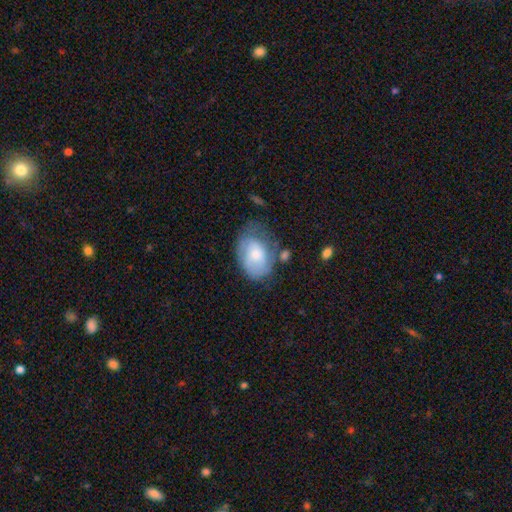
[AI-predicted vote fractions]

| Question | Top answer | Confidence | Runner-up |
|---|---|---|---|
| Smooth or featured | smooth | 59% | featured or disk (34%) |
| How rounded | in between | 78% | round (21%) |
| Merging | none | 41% | minor disturbance (32%) |